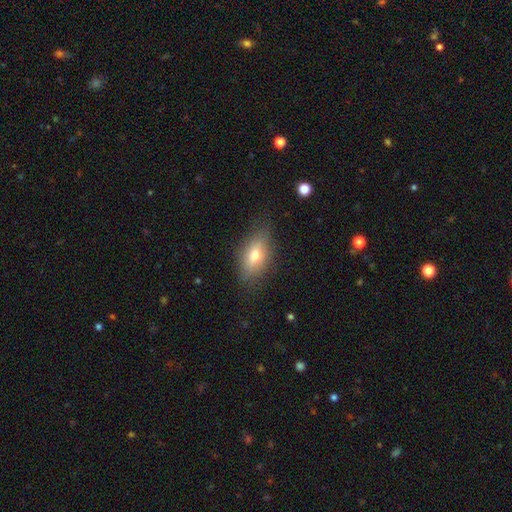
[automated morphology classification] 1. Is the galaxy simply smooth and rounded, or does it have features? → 62% smooth, 28% featured or disk, 9% star or artifact.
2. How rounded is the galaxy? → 78% in between, 13% cigar-shaped, 9% round.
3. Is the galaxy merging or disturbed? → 79% none, 15% minor disturbance, 5% major disturbance, 1% merger.